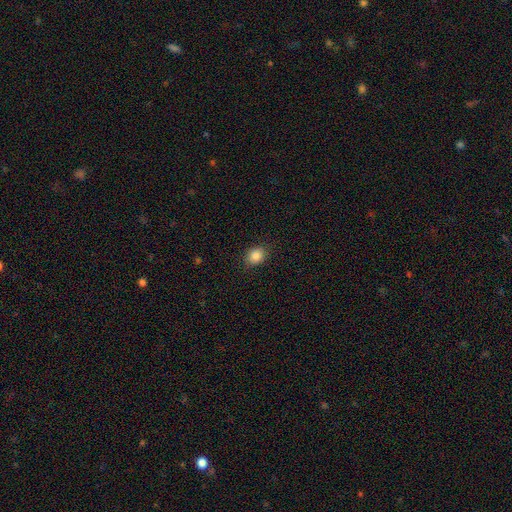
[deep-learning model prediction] smooth_or_featured: smooth (p=0.86) [alt: star or artifact p=0.10]
how_rounded: round (p=0.53) [alt: in between p=0.46]
merging: none (p=0.87) [alt: minor disturbance p=0.10]